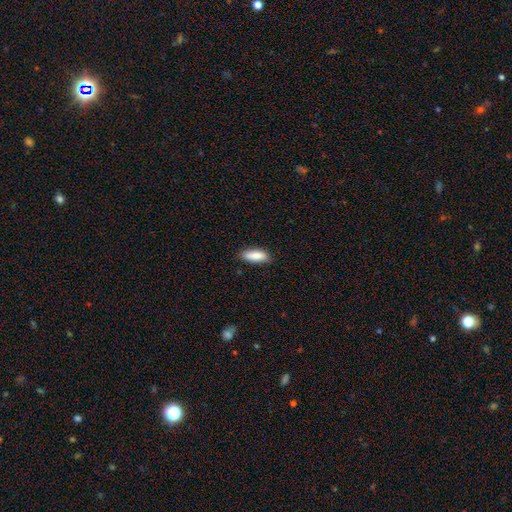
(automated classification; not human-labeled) Smooth or featured: smooth — 87% (featured or disk — 7%)
How rounded: in between — 68% (cigar-shaped — 30%)
Merging: none — 85% (minor disturbance — 12%)